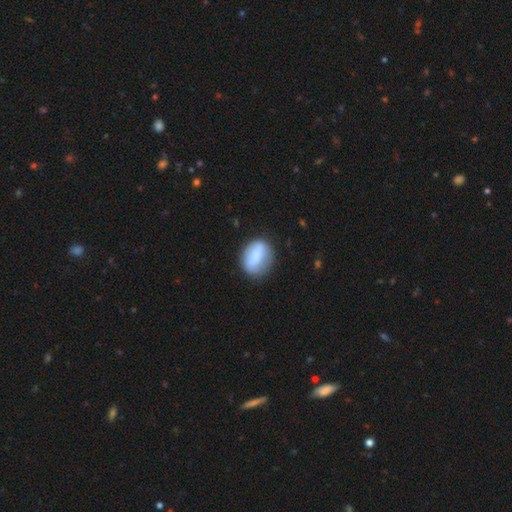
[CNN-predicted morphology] Q: Smooth or featured?
A: smooth (75%); runner-up: featured or disk (18%)
Q: How rounded?
A: in between (66%); runner-up: round (33%)
Q: Merging?
A: none (68%); runner-up: minor disturbance (22%)